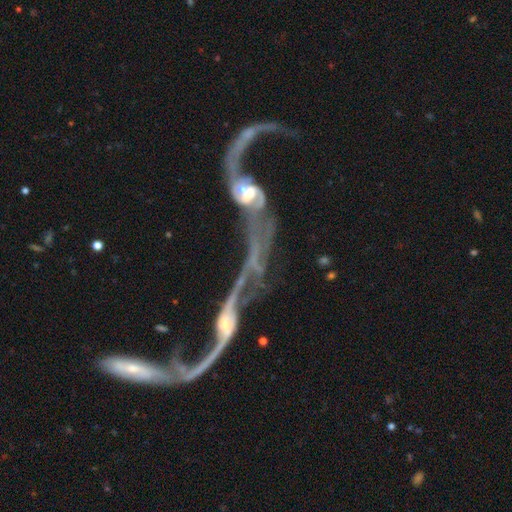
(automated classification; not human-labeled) smooth-or-featured: featured or disk: 79% | star or artifact: 12% | smooth: 9%
  disk-edge-on: no: 85% | yes: 15%
    bar: no: 63% | weak: 25% | strong: 12%
    has-spiral-arms: yes: 73% | no: 27%
    bulge-size: small: 39% | moderate: 33% | none: 20% | large: 6% | dominant: 3%
  merging: merger: 61% | major disturbance: 21% | none: 11% | minor disturbance: 7%